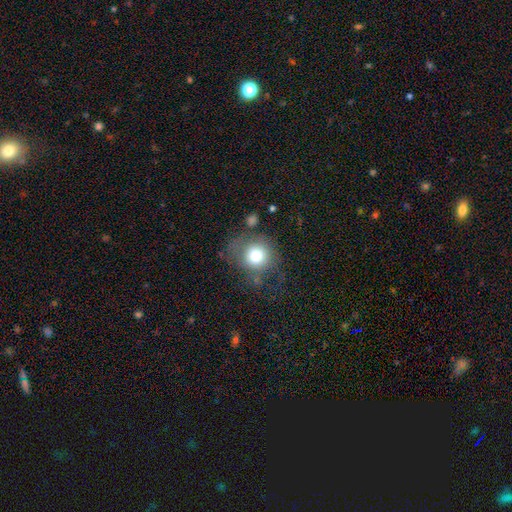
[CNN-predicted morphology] smooth 74%, featured or disk 15%, star or artifact 11%. Down the decision tree: how rounded — round (82%); merging — none (57%).